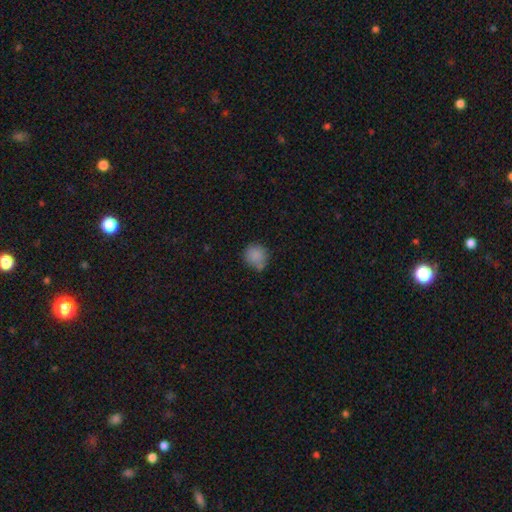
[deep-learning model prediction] Smooth or featured? Predicted: smooth (p=0.85). How rounded? Predicted: round (p=0.89). Merging? Predicted: none (p=0.65).